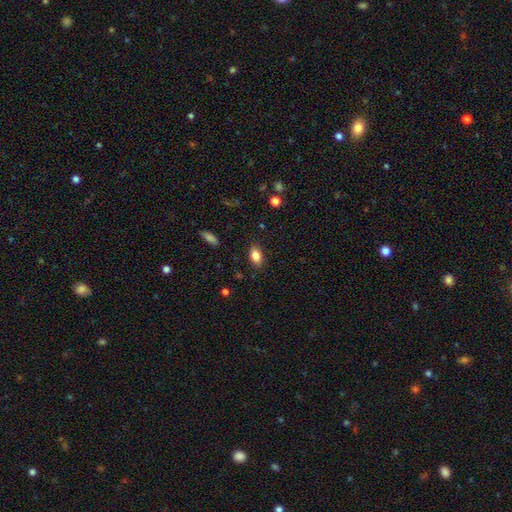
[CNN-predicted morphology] This is clearly a smooth galaxy (83%). How rounded: clearly in between (87%). Merging: clearly none (85%).